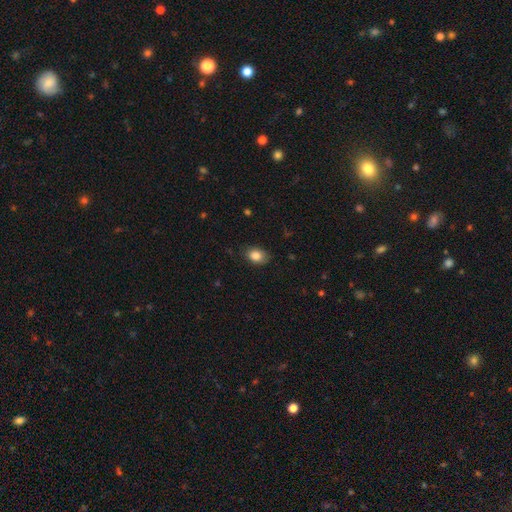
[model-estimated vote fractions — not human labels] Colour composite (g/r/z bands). It shows a smooth galaxy with no disk features (85%) that is in between round and cigar-shaped (71%). Merging: none (81%).